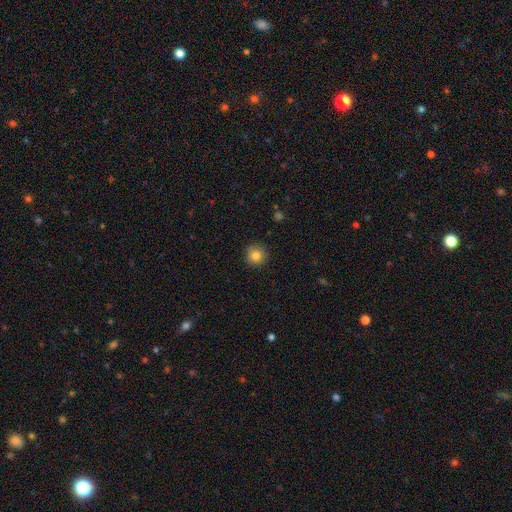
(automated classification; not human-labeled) Morphology: type=smooth (83%); roundness=round (95%); merging=none (90%).